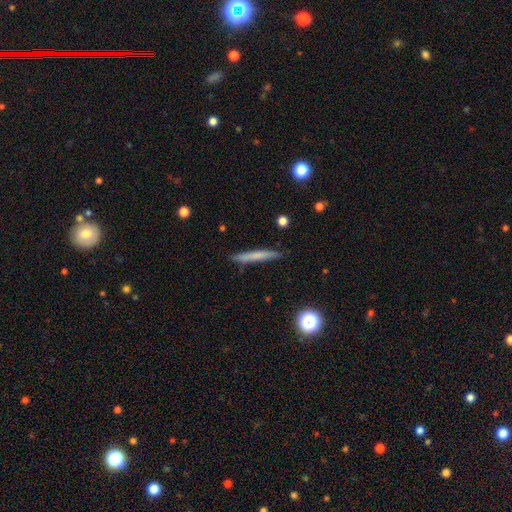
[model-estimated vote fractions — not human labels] A smooth galaxy with no disk features (65%) that is cigar-shaped (95%). Merging: none (88%).